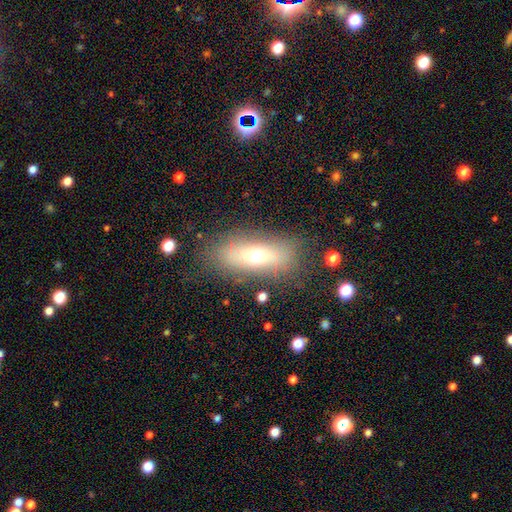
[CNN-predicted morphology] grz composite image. It shows a smooth galaxy with no disk features (54%) that is in between round and cigar-shaped (72%). Merging: none (76%).